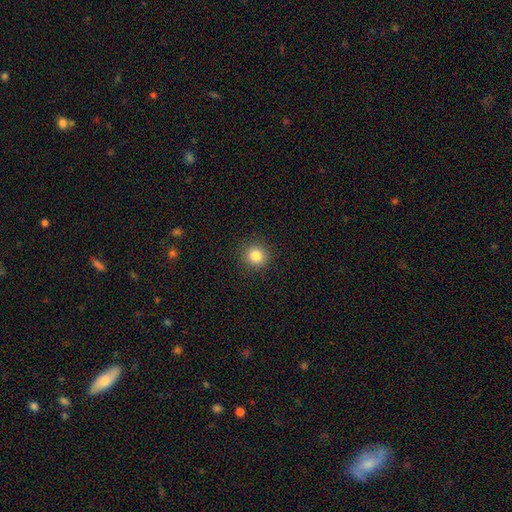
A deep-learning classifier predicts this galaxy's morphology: Smooth or featured: smooth — 84% (star or artifact — 11%)
How rounded: round — 92% (in between — 7%)
Merging: none — 91% (minor disturbance — 6%)